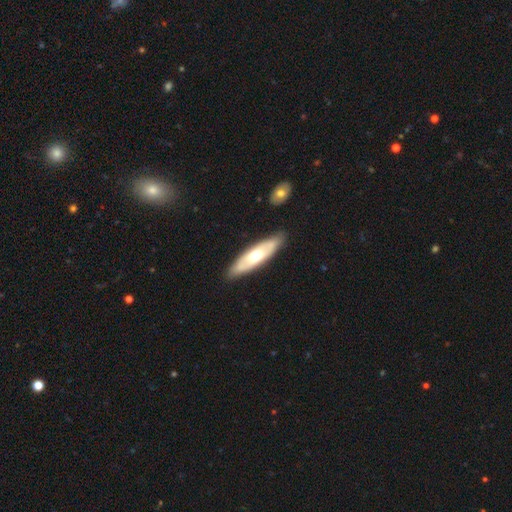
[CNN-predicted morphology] smooth 48%, featured or disk 47%, star or artifact 5%. Down the decision tree: merging — none (84%).